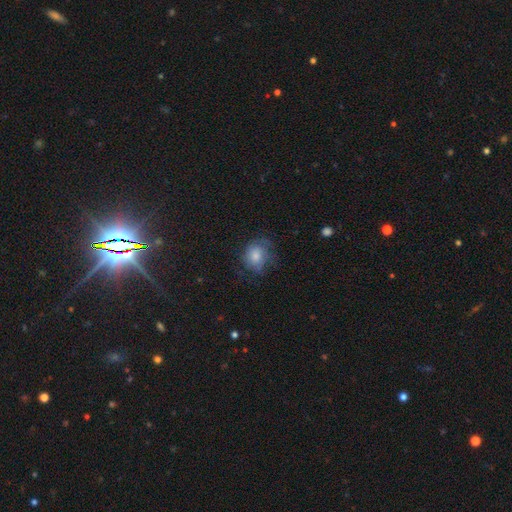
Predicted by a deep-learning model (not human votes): Smooth or featured: smooth — 70% (featured or disk — 20%)
How rounded: round — 63% (in between — 36%)
Merging: none — 54% (minor disturbance — 26%)